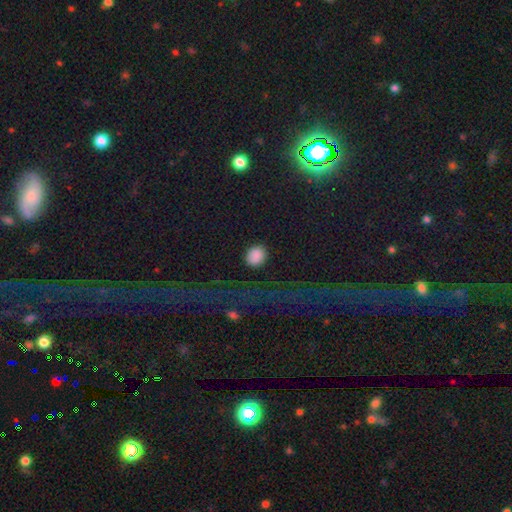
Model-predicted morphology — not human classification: smooth_or_featured: smooth (p=0.86) [alt: star or artifact p=0.10]
how_rounded: round (p=0.75) [alt: in between p=0.24]
merging: none (p=0.85) [alt: minor disturbance p=0.10]